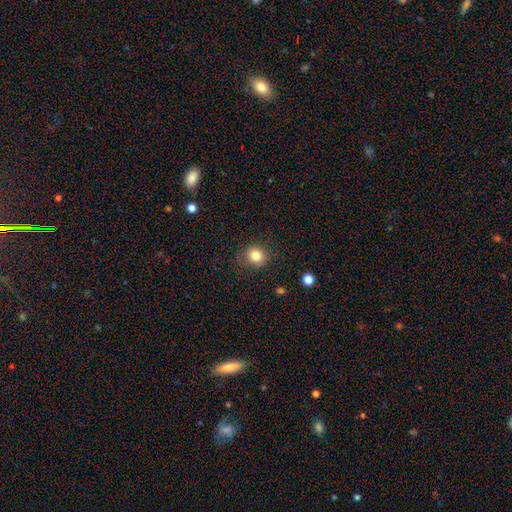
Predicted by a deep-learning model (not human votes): Overall: smooth (82%). How rounded: round (84%). Merging: none (81%).